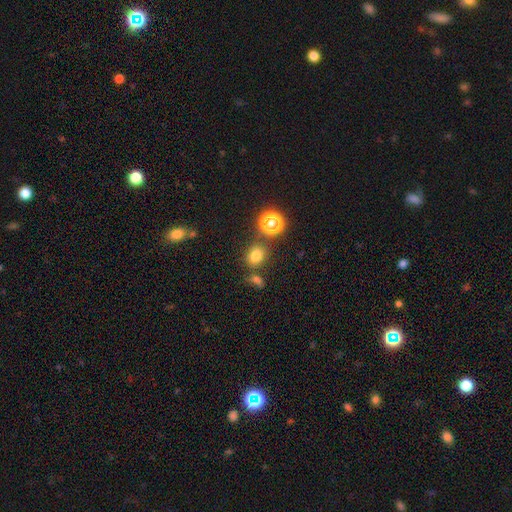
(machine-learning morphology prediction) smooth_or_featured: smooth (p=0.76) [alt: star or artifact p=0.18]
how_rounded: round (p=0.62) [alt: in between p=0.37]
merging: none (p=0.75) [alt: minor disturbance p=0.11]